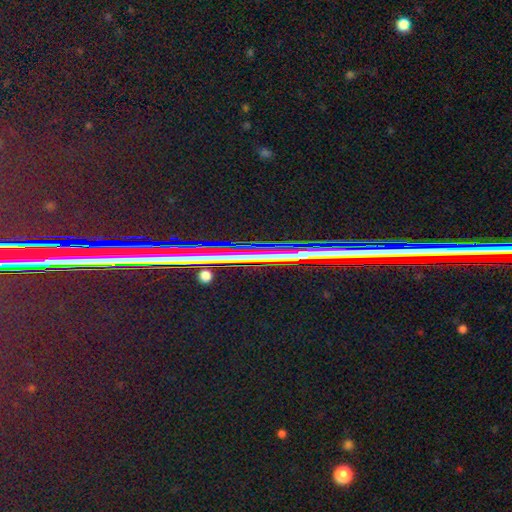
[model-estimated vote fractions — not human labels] The model was most divided on "smooth or featured": star or artifact: 80%, featured or disk: 12%, smooth: 8%.